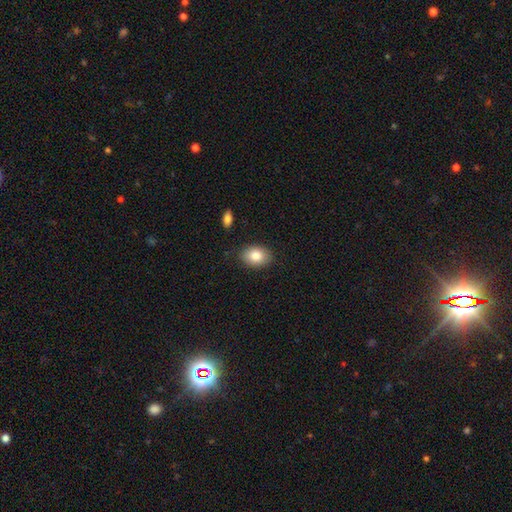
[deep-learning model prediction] smooth 84%, featured or disk 9%, star or artifact 7%. Down the decision tree: how rounded — in between (76%); merging — none (85%).